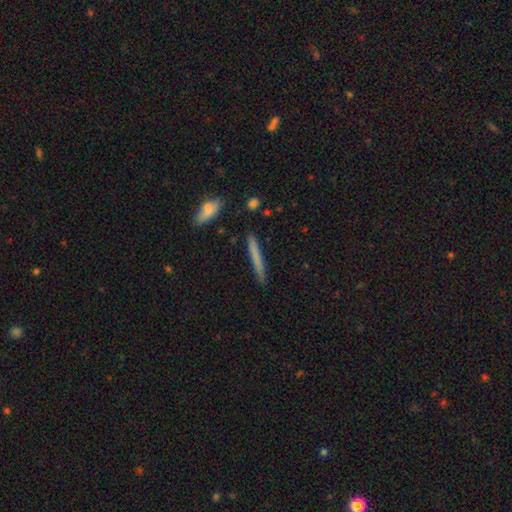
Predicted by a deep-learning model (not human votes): Smooth or featured? smooth (69%)
How rounded? cigar-shaped (96%)
Merging? none (89%)